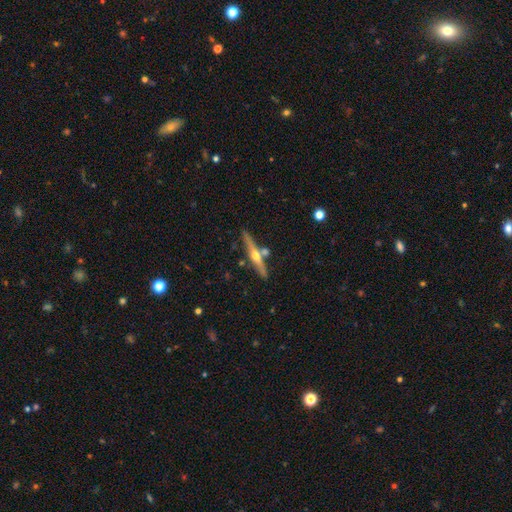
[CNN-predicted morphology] Smooth or featured? Predicted: featured or disk (p=0.70). Edge-on disk? Predicted: yes (p=0.97). Edge-on bulge? Predicted: rounded (p=0.91). Merging? Predicted: none (p=0.77).